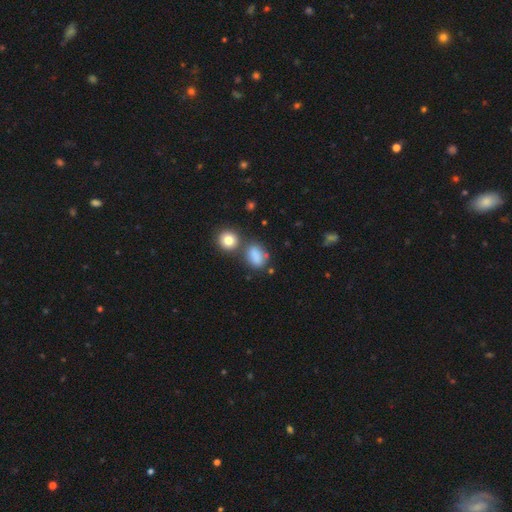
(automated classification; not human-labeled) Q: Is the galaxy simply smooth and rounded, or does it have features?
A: smooth — 82%.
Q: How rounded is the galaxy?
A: in between — 73%.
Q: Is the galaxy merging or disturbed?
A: none — 55%.